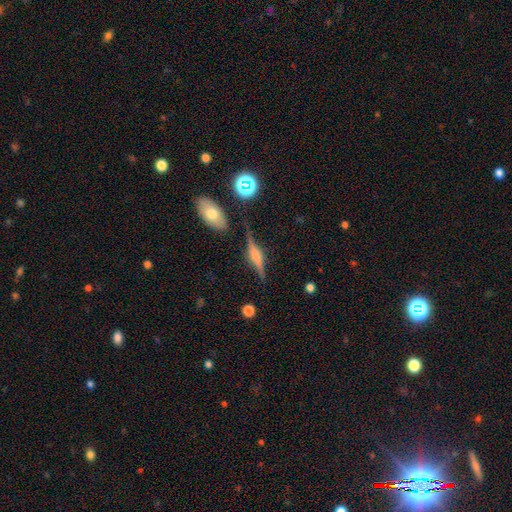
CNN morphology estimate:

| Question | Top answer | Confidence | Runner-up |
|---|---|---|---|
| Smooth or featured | featured or disk | 75% | smooth (17%) |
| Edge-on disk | yes | 95% | no (5%) |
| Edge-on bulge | rounded | 74% | boxy (20%) |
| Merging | none | 77% | minor disturbance (14%) |